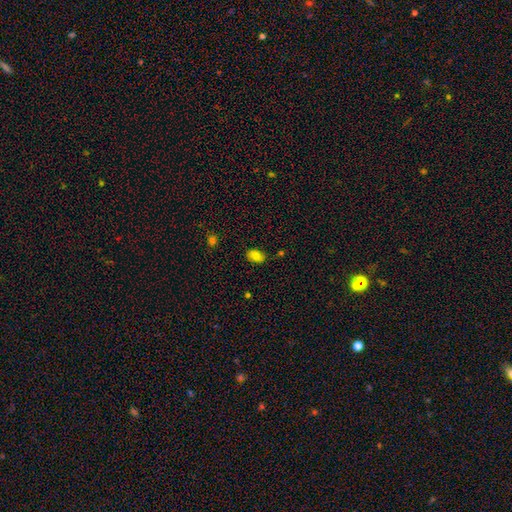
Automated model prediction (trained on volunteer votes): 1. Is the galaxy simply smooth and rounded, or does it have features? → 82% smooth, 10% star or artifact, 8% featured or disk.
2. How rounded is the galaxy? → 88% in between, 11% round, 1% cigar-shaped.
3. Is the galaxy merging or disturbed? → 79% none, 16% minor disturbance, 3% major disturbance, 2% merger.